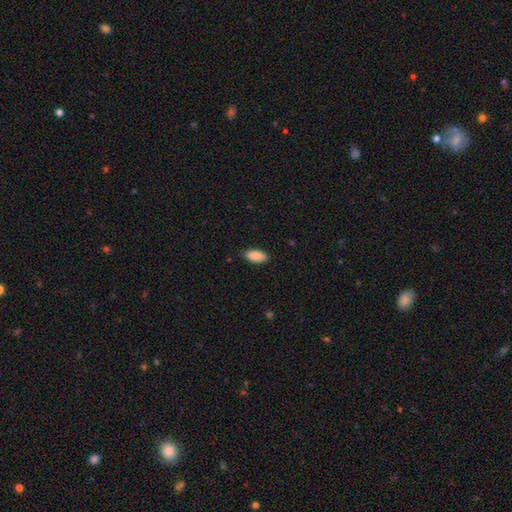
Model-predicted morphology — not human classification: Smooth or featured? smooth (91%)
How rounded? in between (92%)
Merging? none (89%)